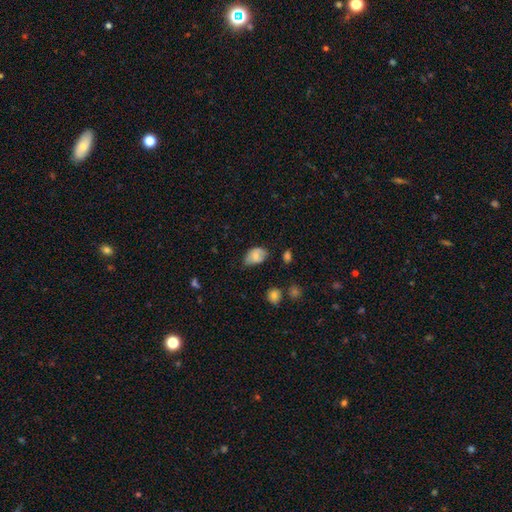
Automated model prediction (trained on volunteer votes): The model was most divided on "merging": none: 53%, minor disturbance: 37%, major disturbance: 8%, merger: 2%. More confident: how rounded — in between (85%); smooth or featured — smooth (72%).